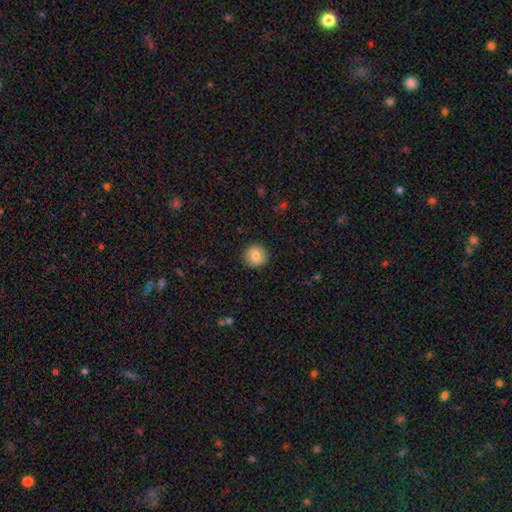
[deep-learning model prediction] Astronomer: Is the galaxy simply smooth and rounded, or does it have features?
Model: smooth — 86%.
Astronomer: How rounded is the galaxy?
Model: round — 93%.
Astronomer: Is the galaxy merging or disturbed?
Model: none — 92%.